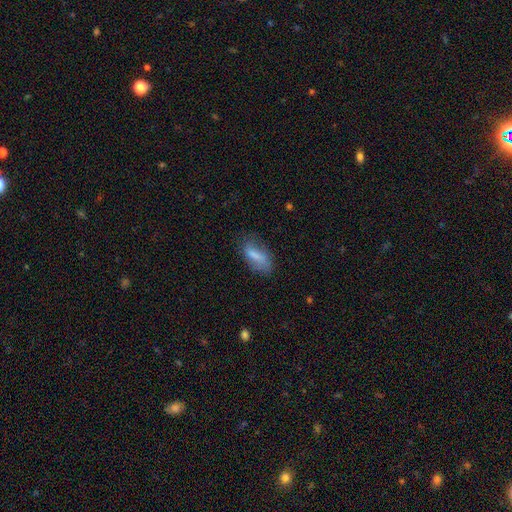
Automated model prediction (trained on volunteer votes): This appears to be a smooth galaxy with no disk features (73%) that is in between round and cigar-shaped (79%). Merging: none (63%).